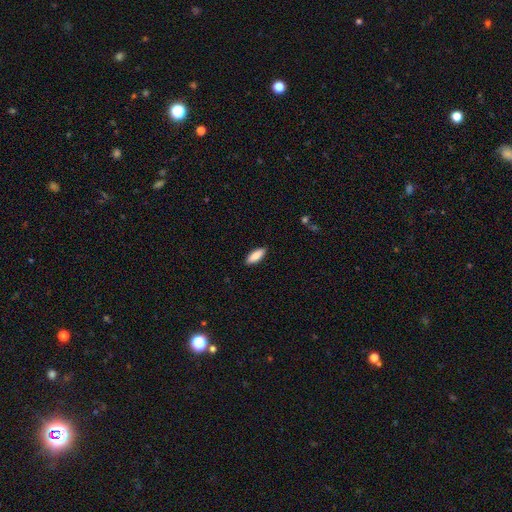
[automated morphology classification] Q: Smooth or featured?
A: smooth (85%); runner-up: featured or disk (9%)
Q: How rounded?
A: in between (68%); runner-up: cigar-shaped (30%)
Q: Merging?
A: none (89%); runner-up: minor disturbance (8%)